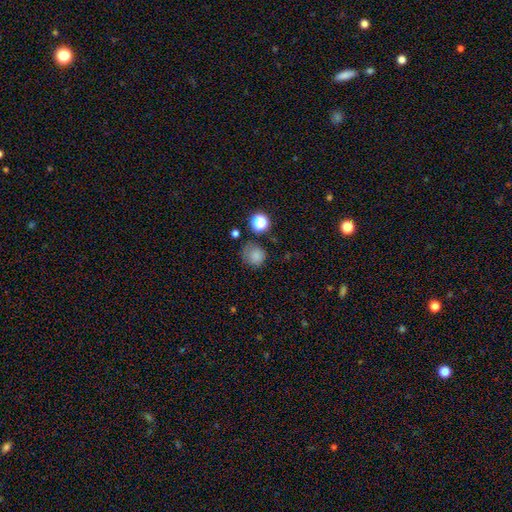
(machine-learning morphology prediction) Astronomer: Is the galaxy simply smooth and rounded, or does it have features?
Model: smooth — 80%.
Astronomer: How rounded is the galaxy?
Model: round — 85%.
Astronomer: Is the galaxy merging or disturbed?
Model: none — 67%.